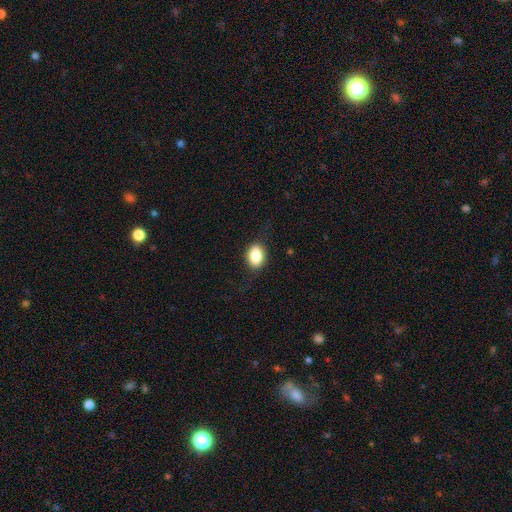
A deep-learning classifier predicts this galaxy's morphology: Q: Smooth or featured?
A: smooth (84%); runner-up: star or artifact (8%)
Q: How rounded?
A: in between (76%); runner-up: round (23%)
Q: Merging?
A: none (82%); runner-up: minor disturbance (13%)